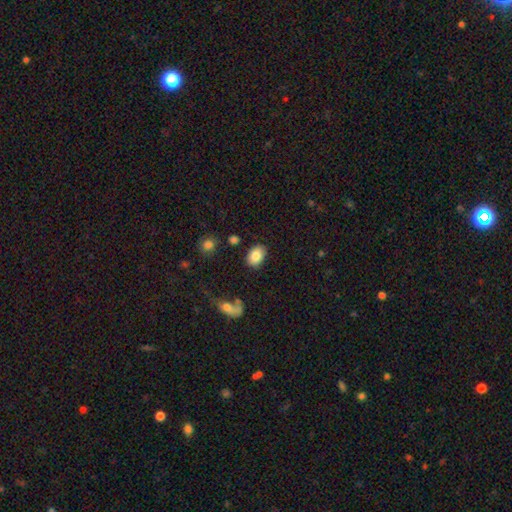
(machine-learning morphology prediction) Smooth or featured: smooth — 84% (featured or disk — 8%)
How rounded: in between — 83% (round — 16%)
Merging: none — 83% (minor disturbance — 11%)